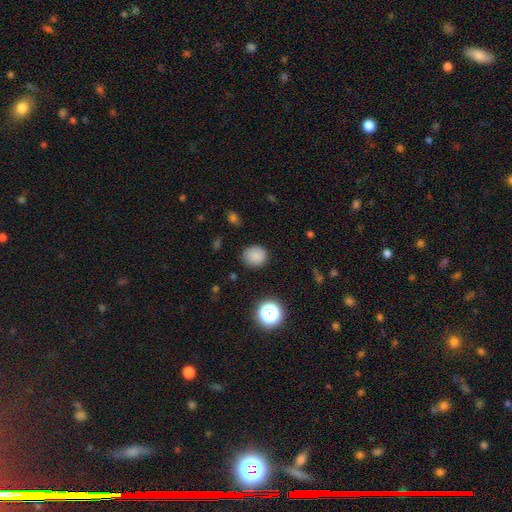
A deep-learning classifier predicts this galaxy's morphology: type=smooth (83%); roundness=round (77%); merging=none (84%).